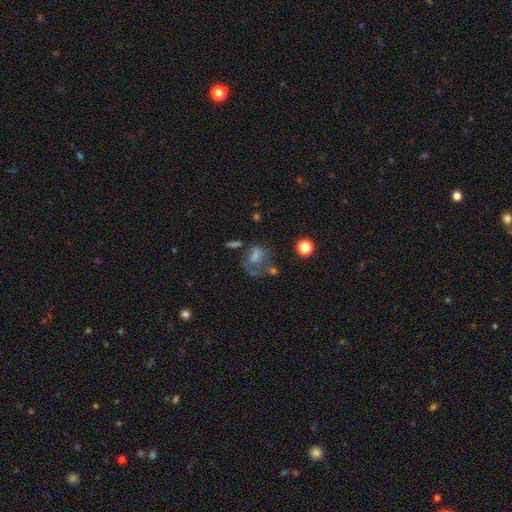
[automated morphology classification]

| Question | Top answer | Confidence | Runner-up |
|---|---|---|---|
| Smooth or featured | smooth | 41% | featured or disk (34%) |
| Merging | none | 35% | major disturbance (34%) |